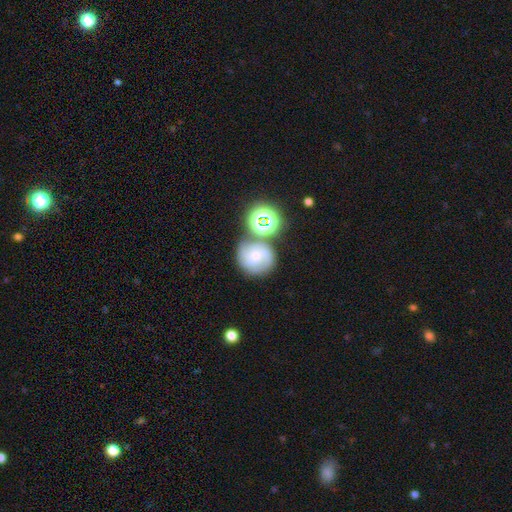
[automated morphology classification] Smooth or featured? Predicted: featured or disk (p=0.70). Edge-on disk? Predicted: no (p=0.98). Bar? Predicted: no (p=0.66). Spiral arms? Predicted: yes (p=0.95). Spiral winding? Predicted: tight (p=0.58). Spiral arm count? Predicted: 2 (p=0.38). Bulge size? Predicted: small (p=0.65). Merging? Predicted: none (p=0.61).